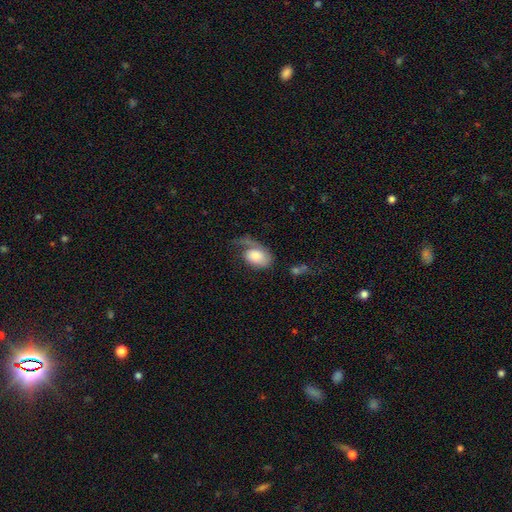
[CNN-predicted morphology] smooth_or_featured: smooth (p=0.54) [alt: featured or disk p=0.39]
how_rounded: in between (p=0.85) [alt: round p=0.14]
merging: major disturbance (p=0.43) [alt: none p=0.30]